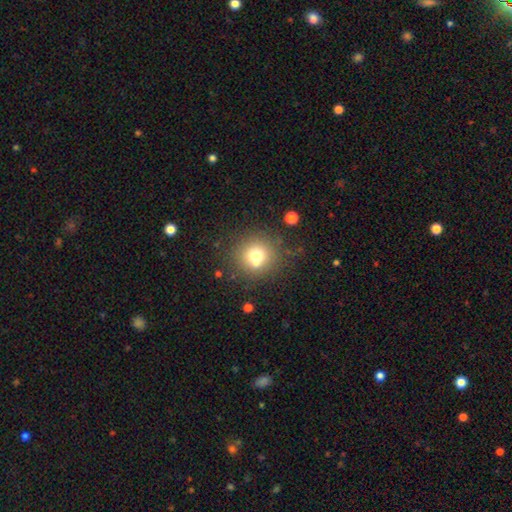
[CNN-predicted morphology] Smooth or featured? Predicted: smooth (p=0.68). How rounded? Predicted: round (p=0.90). Merging? Predicted: none (p=0.65).